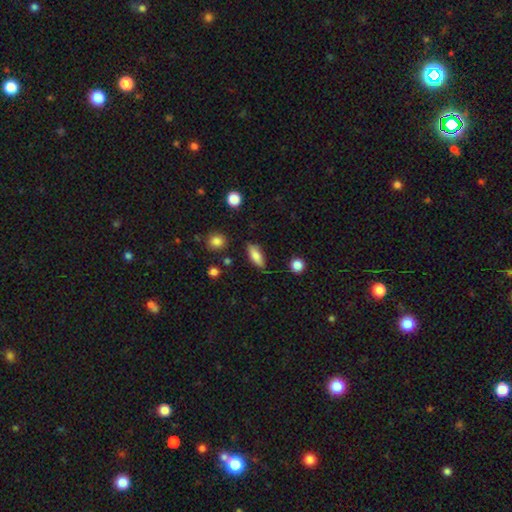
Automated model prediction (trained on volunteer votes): Overall: smooth (77%). How rounded: in between (69%). Merging: none (78%).